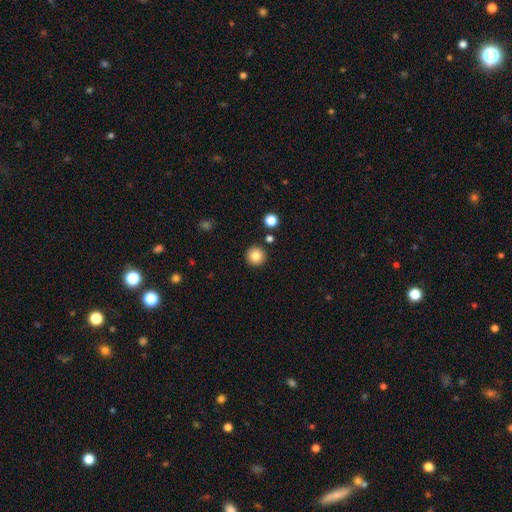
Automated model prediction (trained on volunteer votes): smooth 84%, star or artifact 10%, featured or disk 6%. Down the decision tree: how rounded — round (96%); merging — none (91%).